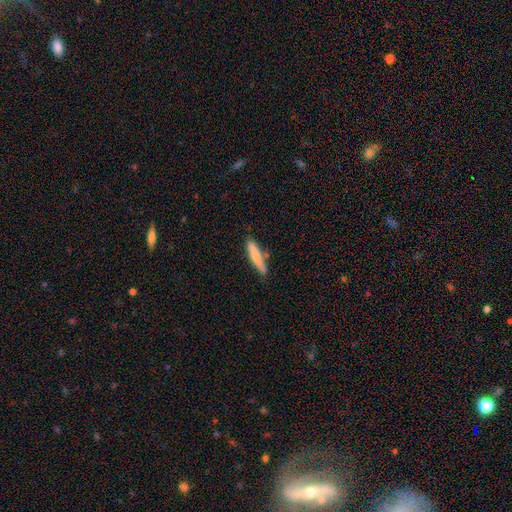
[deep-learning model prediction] smooth-or-featured: smooth: 70% | featured or disk: 25% | star or artifact: 5%
  how-rounded: cigar-shaped: 88% | in between: 10% | round: 1%
  merging: none: 77% | minor disturbance: 15% | merger: 5% | major disturbance: 2%